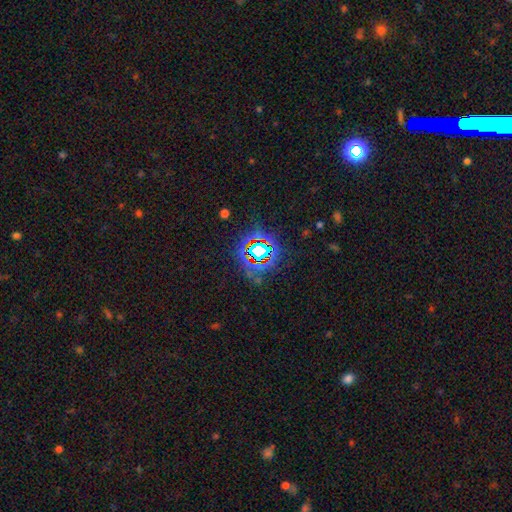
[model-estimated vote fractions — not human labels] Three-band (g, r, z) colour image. It shows a star or artifact, not a galaxy (78%).